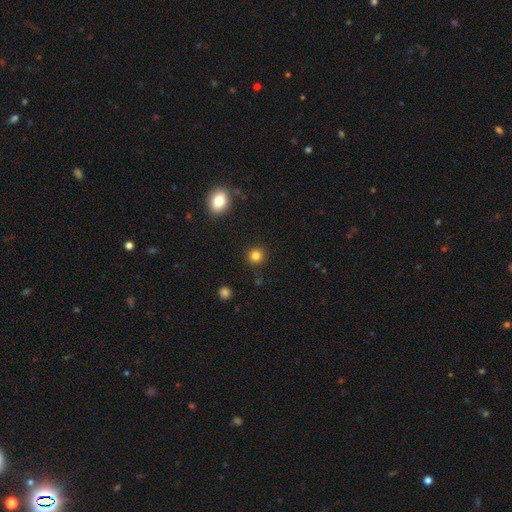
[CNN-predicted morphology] smooth-or-featured: smooth: 83% | star or artifact: 12% | featured or disk: 5%
  how-rounded: round: 92% | in between: 7% | cigar-shaped: 1%
  merging: none: 91% | minor disturbance: 5% | major disturbance: 2% | merger: 2%